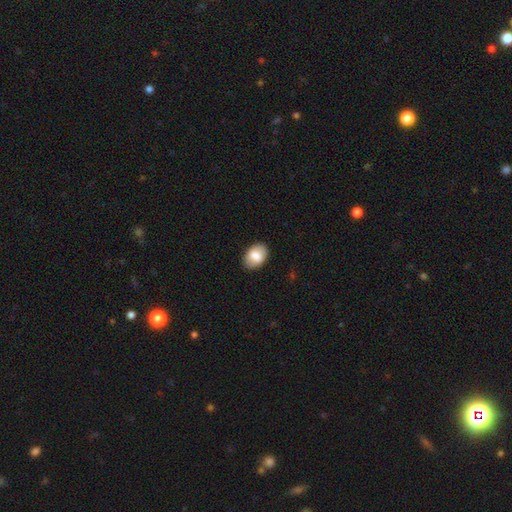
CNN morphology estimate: Q: Smooth or featured?
A: smooth (78%); runner-up: featured or disk (16%)
Q: How rounded?
A: in between (87%); runner-up: round (12%)
Q: Merging?
A: none (85%); runner-up: minor disturbance (12%)